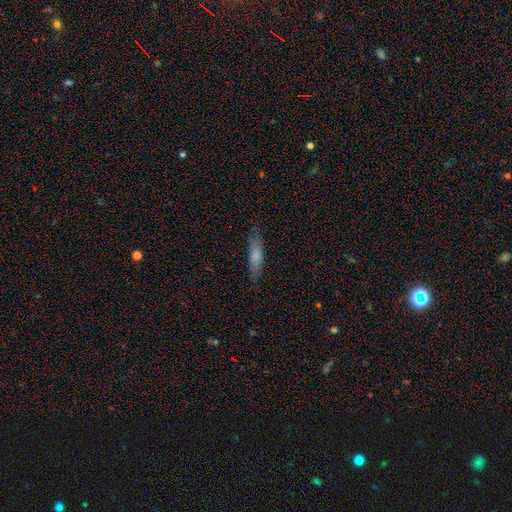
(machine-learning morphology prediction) Smooth or featured?
  - smooth: 73% *
  - featured or disk: 21%
  - star or artifact: 7%
How rounded?
  - cigar-shaped: 70% *
  - in between: 29%
  - round: 2%
Merging?
  - none: 80% *
  - minor disturbance: 15%
  - major disturbance: 3%
  - merger: 1%